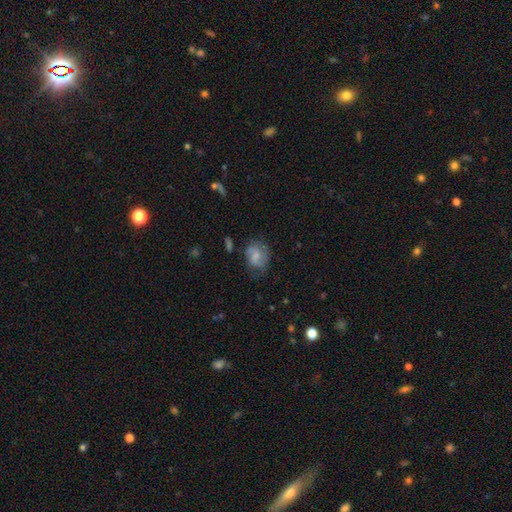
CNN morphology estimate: Smooth or featured?
  - smooth: 60% *
  - featured or disk: 31%
  - star or artifact: 9%
How rounded?
  - in between: 52% *
  - round: 46%
  - cigar-shaped: 1%
Merging?
  - none: 49% *
  - minor disturbance: 30%
  - major disturbance: 17%
  - merger: 4%